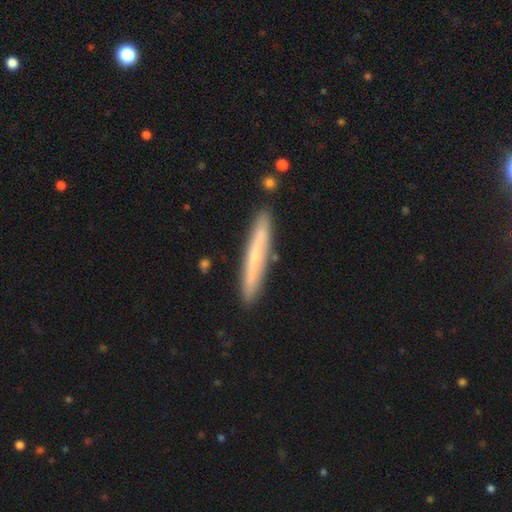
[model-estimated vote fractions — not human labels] Smooth or featured: smooth — 49% (featured or disk — 45%)
Merging: none — 87% (minor disturbance — 9%)